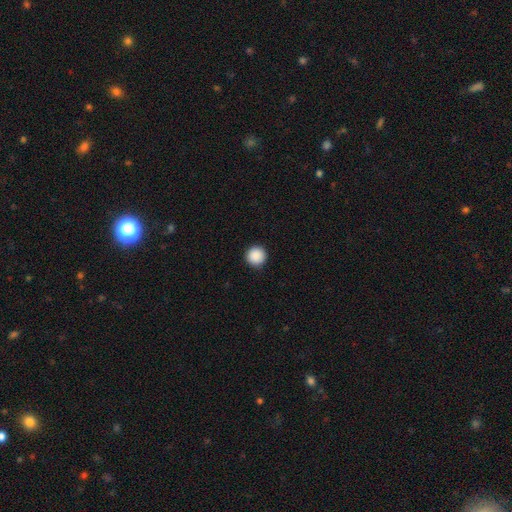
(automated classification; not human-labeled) Smooth or featured? smooth (90%)
How rounded? round (96%)
Merging? none (93%)